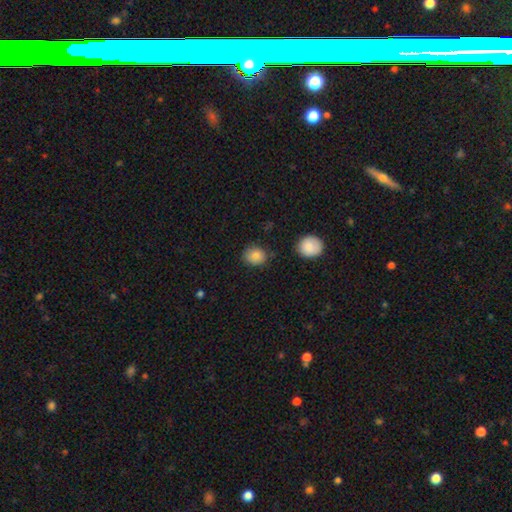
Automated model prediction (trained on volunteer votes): Smooth or featured? smooth (85%)
How rounded? round (61%)
Merging? none (79%)